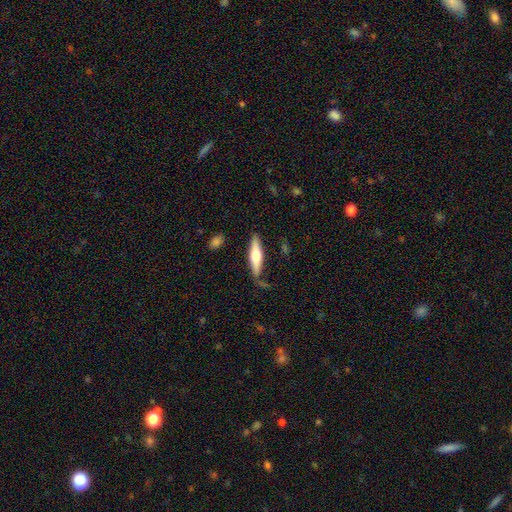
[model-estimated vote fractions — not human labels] Q: Smooth or featured?
A: smooth (51%); runner-up: featured or disk (44%)
Q: How rounded?
A: cigar-shaped (72%); runner-up: in between (26%)
Q: Merging?
A: none (75%); runner-up: minor disturbance (17%)